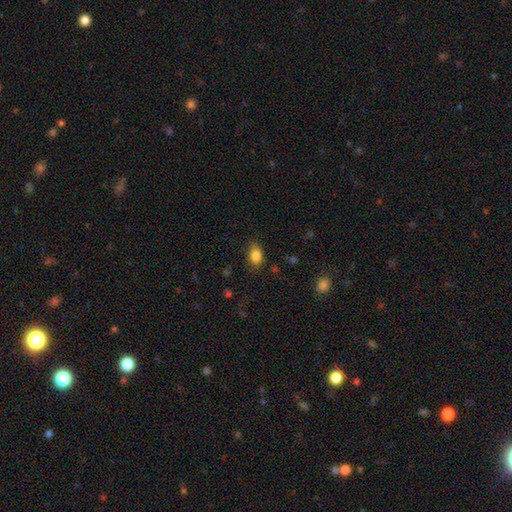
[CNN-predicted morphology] A smooth galaxy with no disk features (85%) that is in between round and cigar-shaped (82%).

Vote fractions:
- Smooth or featured? smooth: 85% / star or artifact: 9% / featured or disk: 5%
- How rounded? in between: 82% / round: 16% / cigar-shaped: 2%
- Merging? none: 80% / minor disturbance: 15% / major disturbance: 4% / merger: 1%